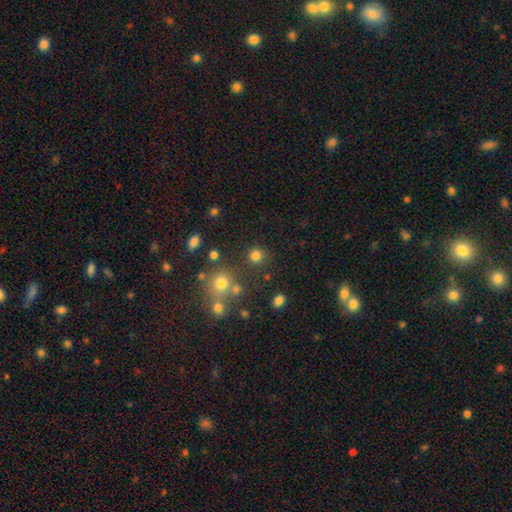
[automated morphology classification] Smooth or featured? Predicted: smooth (p=0.79). How rounded? Predicted: round (p=0.91). Merging? Predicted: none (p=0.83).